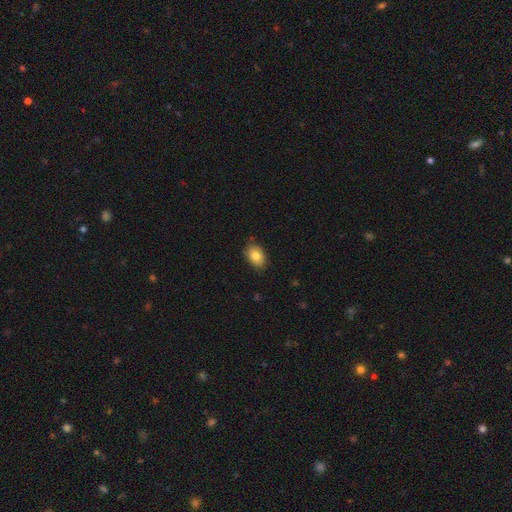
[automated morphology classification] Smooth or featured? Predicted: smooth (p=0.83). How rounded? Predicted: in between (p=0.80). Merging? Predicted: none (p=0.84).